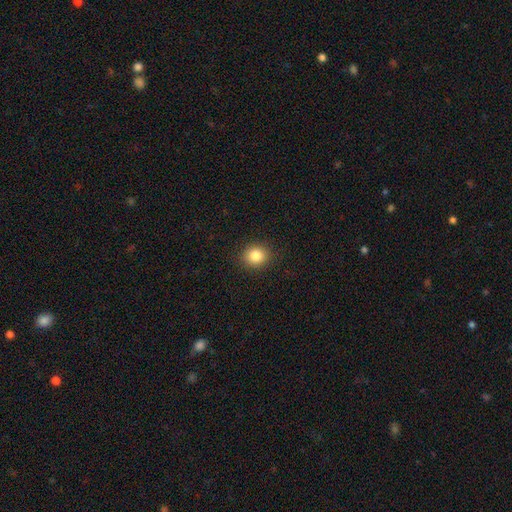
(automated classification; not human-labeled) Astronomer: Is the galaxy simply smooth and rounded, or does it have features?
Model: smooth — 84%.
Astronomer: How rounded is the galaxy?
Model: round — 77%.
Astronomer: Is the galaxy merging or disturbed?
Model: none — 90%.